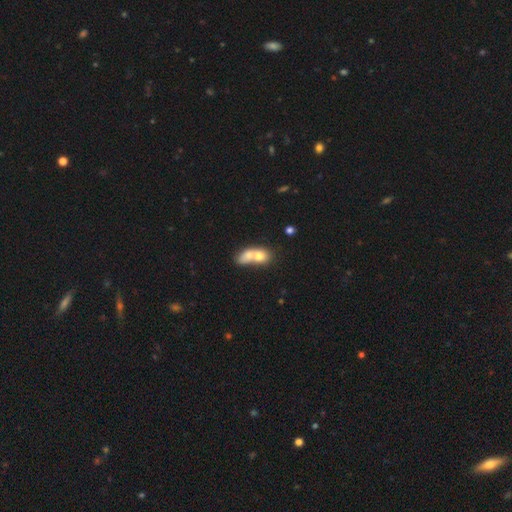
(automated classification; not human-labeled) Q: Smooth or featured?
A: smooth (68%); runner-up: featured or disk (24%)
Q: How rounded?
A: in between (62%); runner-up: round (31%)
Q: Merging?
A: merger (77%); runner-up: none (14%)